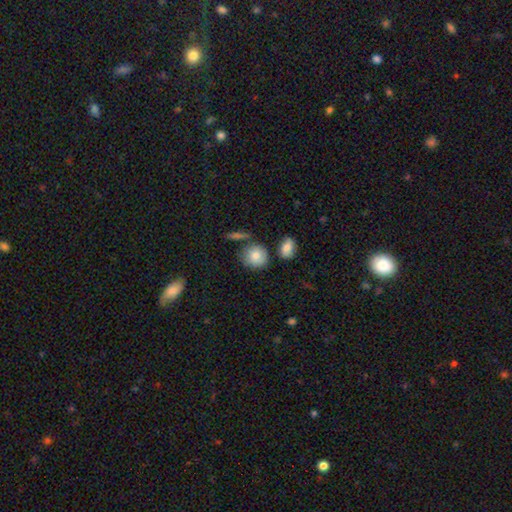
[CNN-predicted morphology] Overall: smooth (81%). How rounded: round (85%). Merging: none (71%).